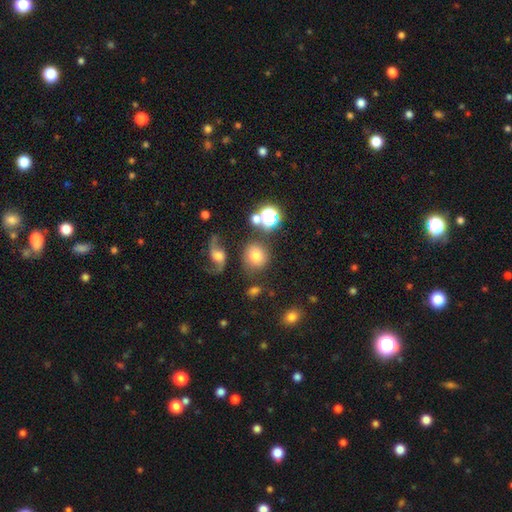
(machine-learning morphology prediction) The model was most divided on "smooth or featured": smooth: 69%, featured or disk: 16%, star or artifact: 15%. More confident: how rounded — round (83%); merging — none (70%).